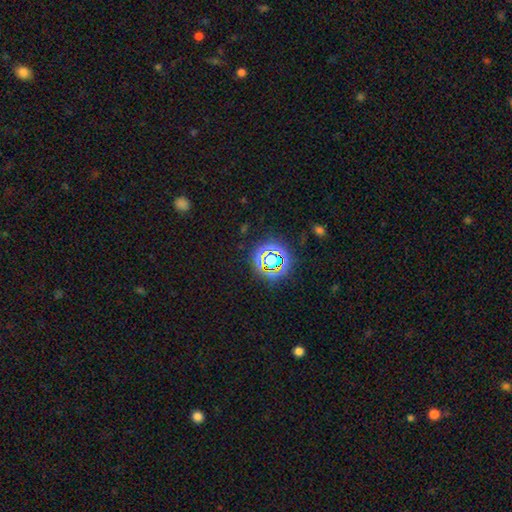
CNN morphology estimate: star or artifact 76%, smooth 16%, featured or disk 8%.